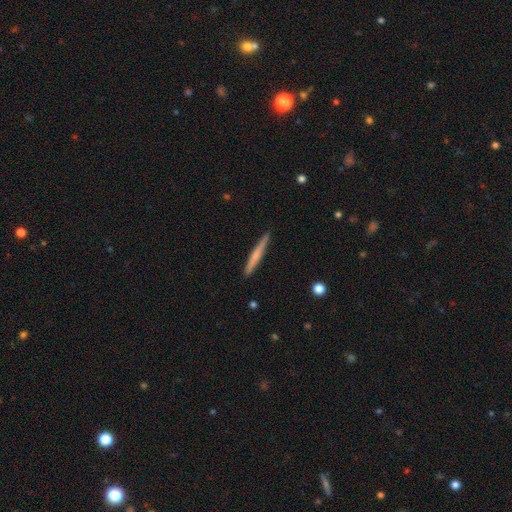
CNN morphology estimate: A smooth galaxy with no disk features (57%) that is cigar-shaped (96%).

Vote fractions:
- Smooth or featured? smooth: 57% / featured or disk: 38% / star or artifact: 5%
- How rounded? cigar-shaped: 96% / in between: 2% / round: 1%
- Merging? none: 90% / minor disturbance: 7% / major disturbance: 1% / merger: 1%